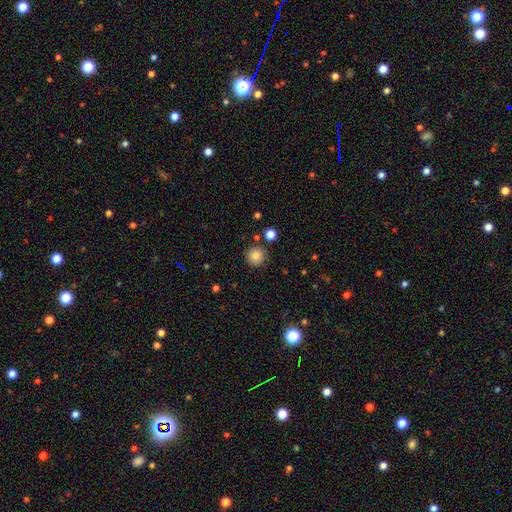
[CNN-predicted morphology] smooth_or_featured: smooth (p=0.84) [alt: star or artifact p=0.10]
how_rounded: round (p=0.95) [alt: in between p=0.05]
merging: none (p=0.86) [alt: minor disturbance p=0.08]